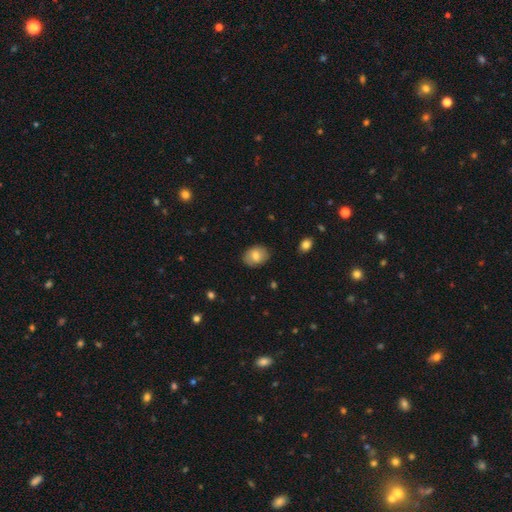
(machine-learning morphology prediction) type=smooth (75%); roundness=in between (65%); merging=none (83%).